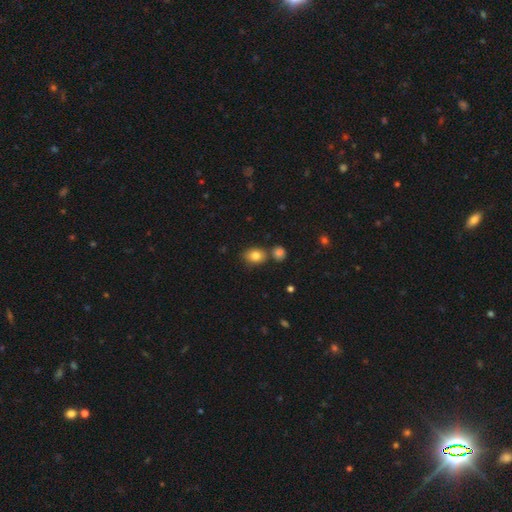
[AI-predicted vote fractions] smooth-or-featured: smooth: 82% | star or artifact: 10% | featured or disk: 8%
  how-rounded: in between: 61% | round: 38% | cigar-shaped: 1%
  merging: none: 69% | merger: 16% | minor disturbance: 12% | major disturbance: 3%